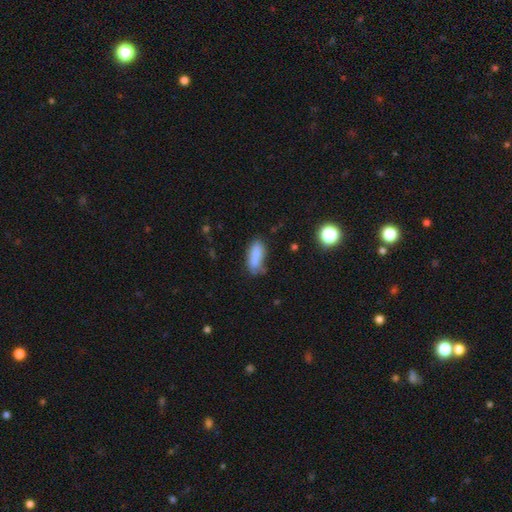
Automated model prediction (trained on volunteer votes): Morphology: type=smooth (83%); roundness=in between (73%); merging=none (60%).